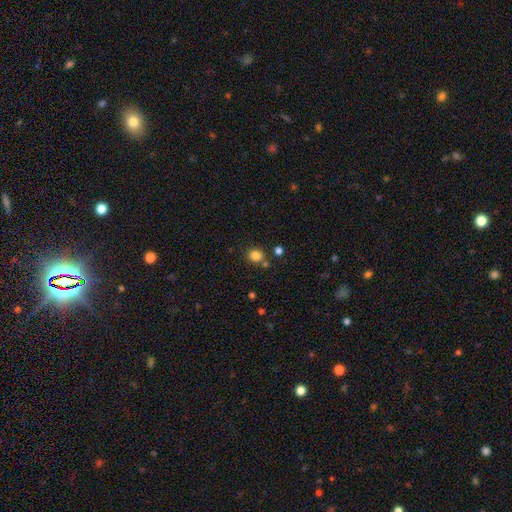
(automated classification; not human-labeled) A smooth galaxy with no disk features (82%) that is round (83%).

Vote fractions:
- Smooth or featured? smooth: 82% / star or artifact: 13% / featured or disk: 5%
- How rounded? round: 83% / in between: 16% / cigar-shaped: 1%
- Merging? none: 75% / merger: 12% / minor disturbance: 10% / major disturbance: 3%